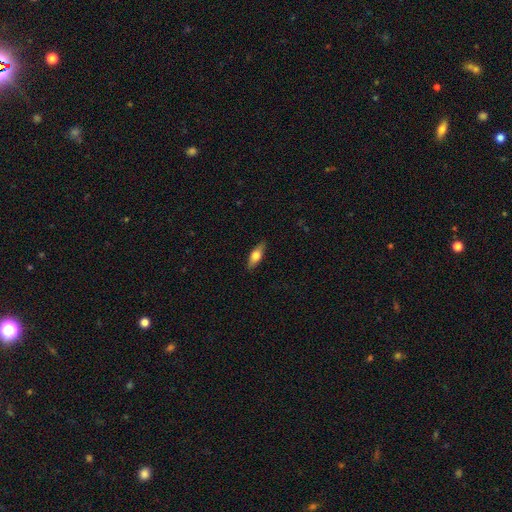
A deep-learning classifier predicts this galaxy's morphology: Smooth or featured: smooth — 54% (featured or disk — 40%)
How rounded: in between — 59% (cigar-shaped — 38%)
Merging: none — 87% (minor disturbance — 10%)